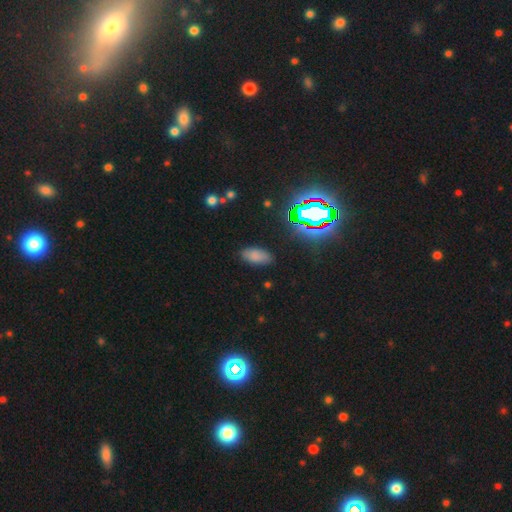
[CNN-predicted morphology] smooth 73%, star or artifact 18%, featured or disk 9%. Down the decision tree: how rounded — in between (92%); merging — none (84%).